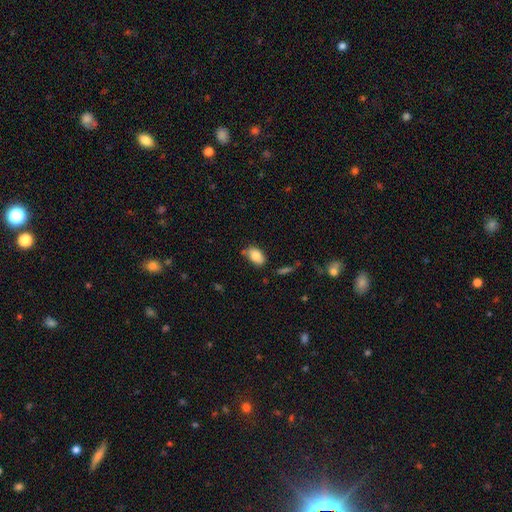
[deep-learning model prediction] Smooth or featured: smooth — 84% (featured or disk — 9%)
How rounded: in between — 91% (round — 7%)
Merging: none — 73% (minor disturbance — 18%)